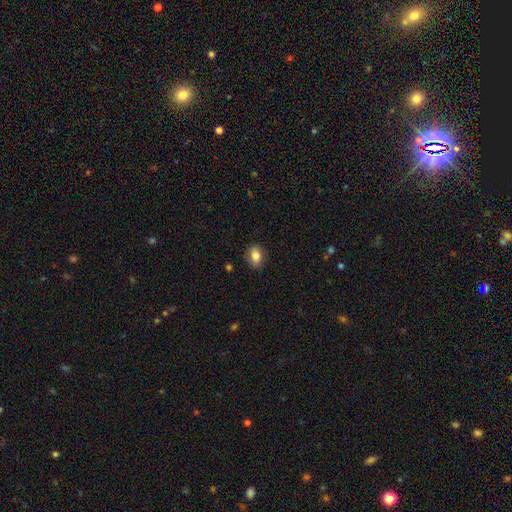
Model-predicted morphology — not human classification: Smooth or featured: smooth — 82% (featured or disk — 10%)
How rounded: in between — 76% (round — 22%)
Merging: none — 87% (minor disturbance — 10%)